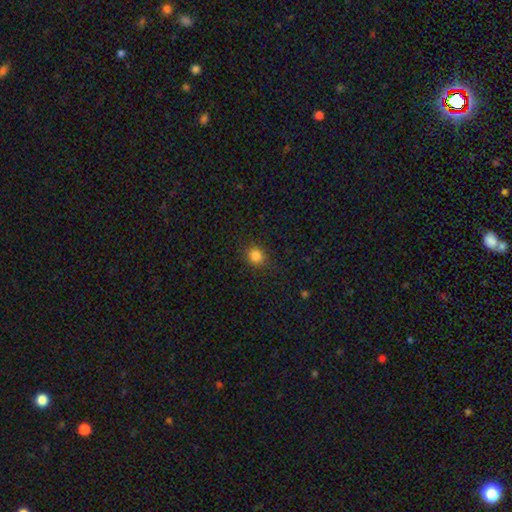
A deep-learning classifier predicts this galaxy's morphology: smooth 84%, star or artifact 12%, featured or disk 4%. Down the decision tree: how rounded — round (79%); merging — none (88%).